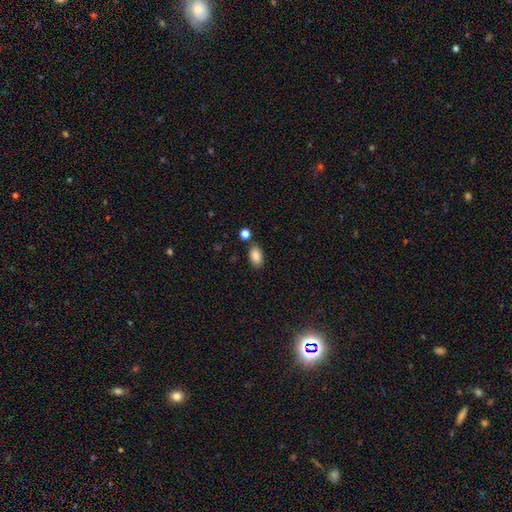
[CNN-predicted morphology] type=smooth (87%); roundness=in between (90%); merging=none (78%).